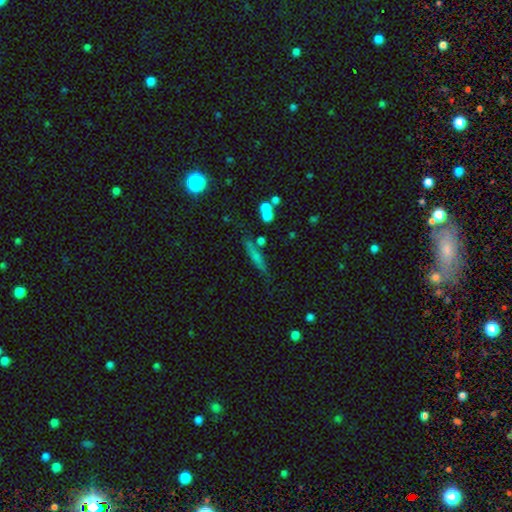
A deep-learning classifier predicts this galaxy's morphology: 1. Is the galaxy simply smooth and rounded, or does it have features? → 55% smooth, 33% featured or disk, 13% star or artifact.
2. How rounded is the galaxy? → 83% cigar-shaped, 12% in between, 5% round.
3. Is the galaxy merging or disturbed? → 73% none, 14% minor disturbance, 8% merger, 4% major disturbance.